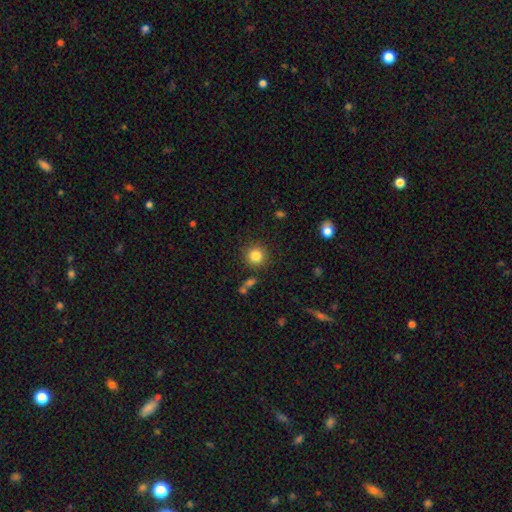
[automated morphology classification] A smooth galaxy with no disk features (83%) that is round (93%). Merging: none (87%).